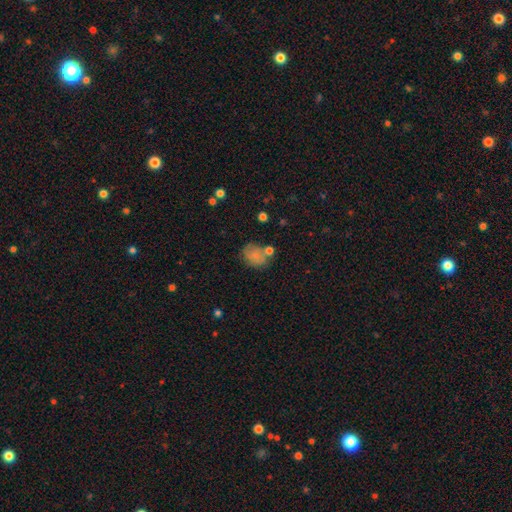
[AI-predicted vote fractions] smooth_or_featured: smooth (p=0.79) [alt: featured or disk p=0.11]
how_rounded: round (p=0.55) [alt: in between p=0.44]
merging: none (p=0.56) [alt: minor disturbance p=0.20]